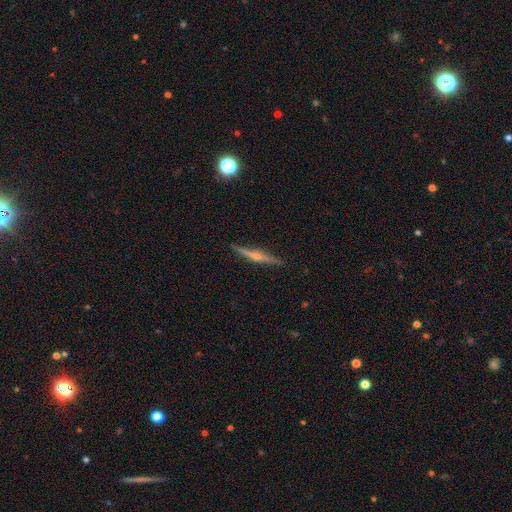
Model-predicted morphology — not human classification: Smooth or featured? Predicted: featured or disk (p=0.77). Edge-on disk? Predicted: yes (p=0.98). Edge-on bulge? Predicted: rounded (p=0.87). Merging? Predicted: none (p=0.90).